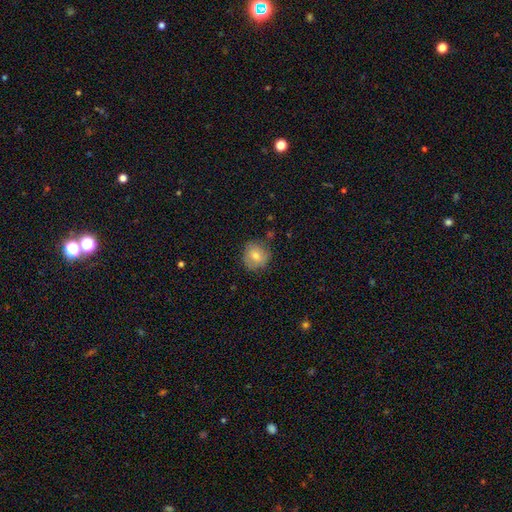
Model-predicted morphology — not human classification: This appears to be a smooth galaxy with no disk features (72%) that is round (89%). Merging: none (80%).